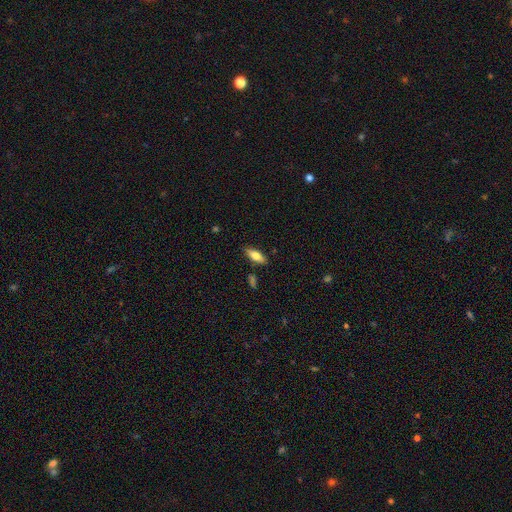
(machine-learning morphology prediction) Smooth or featured?
  - smooth: 71% *
  - featured or disk: 22%
  - star or artifact: 7%
How rounded?
  - in between: 72% *
  - cigar-shaped: 26%
  - round: 2%
Merging?
  - none: 84% *
  - minor disturbance: 11%
  - merger: 3%
  - major disturbance: 2%